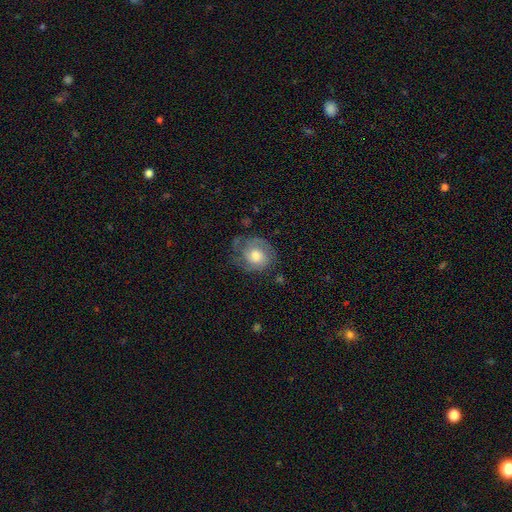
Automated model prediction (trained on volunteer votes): A featured or disk galaxy (49%). Merging: none (58%).